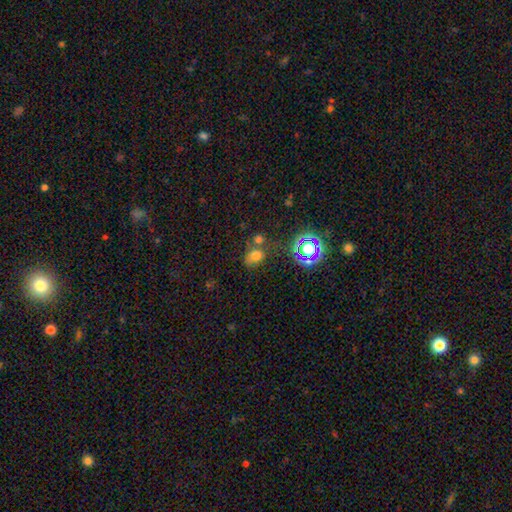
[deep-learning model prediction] smooth-or-featured: smooth: 67% | star or artifact: 23% | featured or disk: 10%
  how-rounded: in between: 54% | round: 44% | cigar-shaped: 1%
  merging: none: 50% | merger: 24% | minor disturbance: 17% | major disturbance: 9%